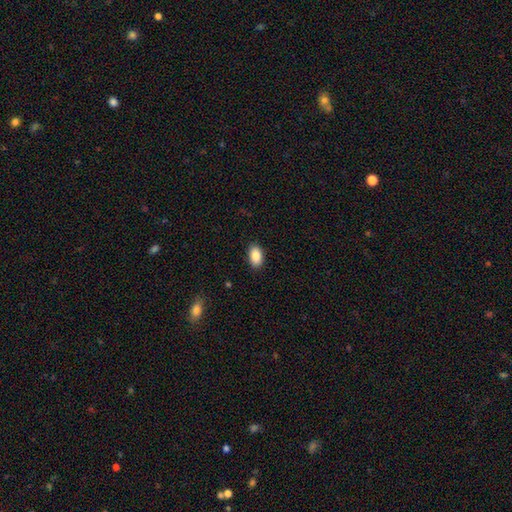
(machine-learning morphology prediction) Overall: smooth (88%). How rounded: in between (92%). Merging: none (89%).